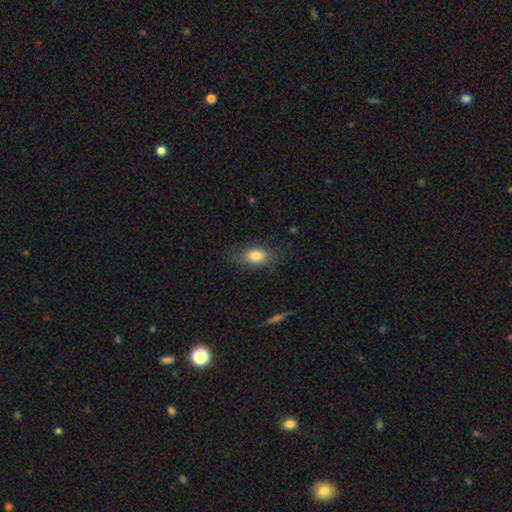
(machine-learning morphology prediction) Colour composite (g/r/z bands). It shows a smooth galaxy with no disk features (81%) that is in between round and cigar-shaped (83%). Merging: none (74%).